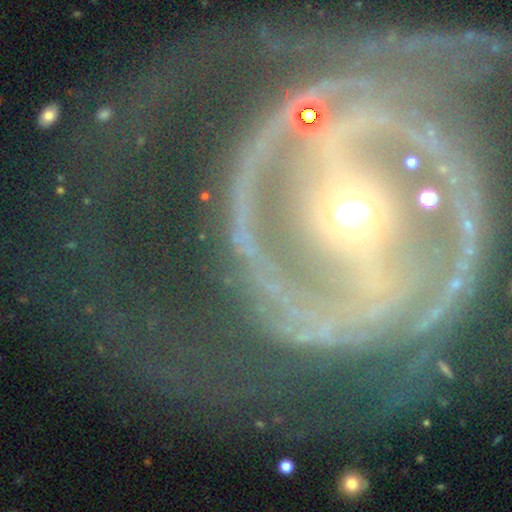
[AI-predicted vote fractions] Smooth or featured: featured or disk — 71% (star or artifact — 18%)
Edge-on disk: no — 95% (yes — 5%)
Bar: strong — 41% (no — 33%)
Spiral arms: yes — 86% (no — 14%)
Spiral winding: medium — 42% (tight — 35%)
Spiral arm count: 2 — 68% (can't tell — 10%)
Bulge size: moderate — 53% (small — 36%)
Merging: none — 62% (minor disturbance — 16%)